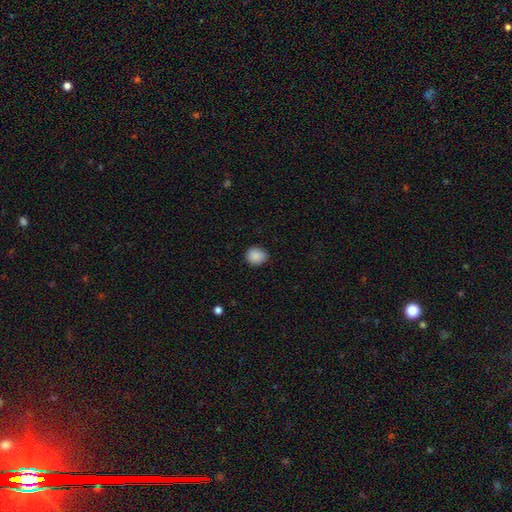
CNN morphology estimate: A smooth galaxy with no disk features (88%) that is round (75%). Merging: none (82%).